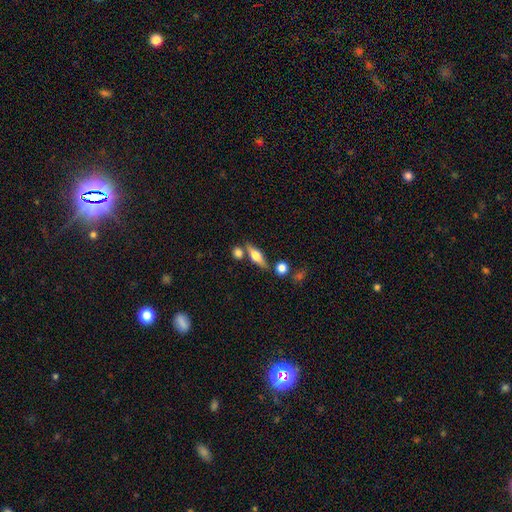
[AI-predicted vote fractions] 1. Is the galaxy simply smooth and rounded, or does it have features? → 47% featured or disk, 46% smooth, 8% star or artifact.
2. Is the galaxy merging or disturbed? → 72% none, 13% merger, 11% minor disturbance, 4% major disturbance.